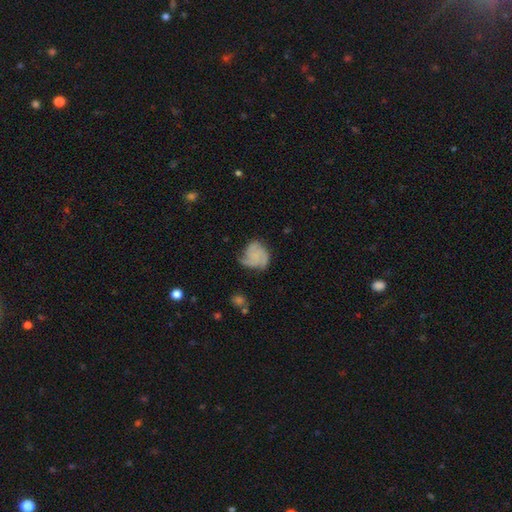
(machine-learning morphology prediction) smooth-or-featured: featured or disk: 61% | smooth: 32% | star or artifact: 8%
  disk-edge-on: no: 98% | yes: 2%
    bar: no: 77% | weak: 20% | strong: 3%
    has-spiral-arms: yes: 90% | no: 10%
      spiral-winding: tight: 41% | medium: 39% | loose: 20%
      spiral-arm-count: 3: 42% | 2: 20% | can't tell: 17% | 1: 10% | 4: 7% | more than 4: 4%
    bulge-size: none: 54% | small: 33% | moderate: 10% | large: 2% | dominant: 1%
  merging: none: 49% | minor disturbance: 29% | major disturbance: 19% | merger: 2%